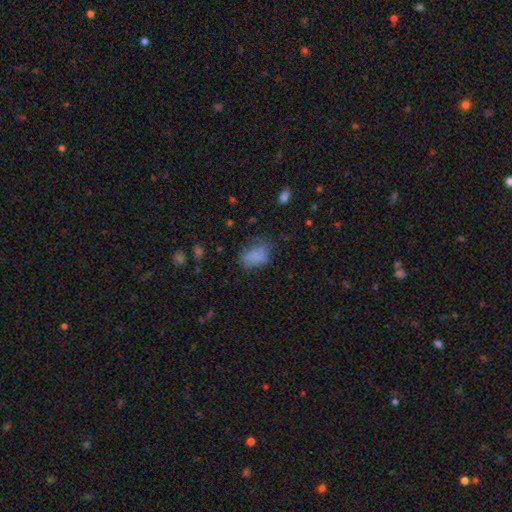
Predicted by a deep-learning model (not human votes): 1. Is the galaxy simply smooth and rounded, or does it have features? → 74% smooth, 14% featured or disk, 12% star or artifact.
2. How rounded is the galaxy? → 82% in between, 16% round, 2% cigar-shaped.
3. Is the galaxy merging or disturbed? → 46% none, 31% minor disturbance, 21% major disturbance, 3% merger.